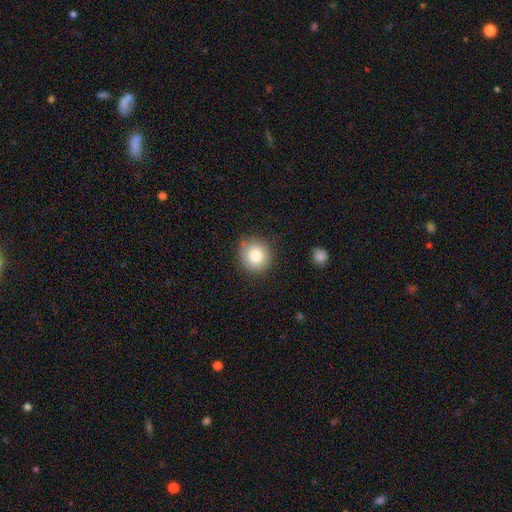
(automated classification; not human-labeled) A smooth galaxy with no disk features (81%) that is round (91%). Merging: none (85%).